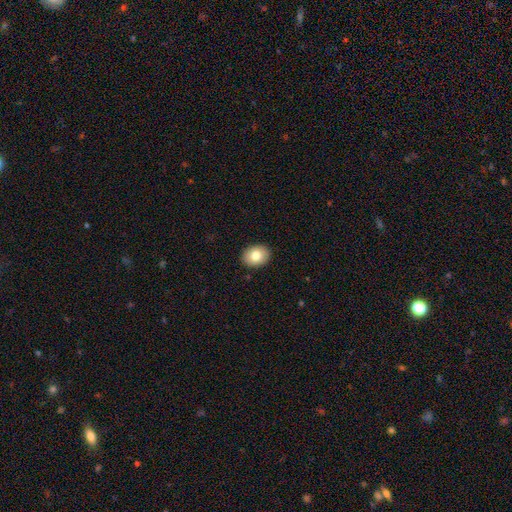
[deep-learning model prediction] This is likely a smooth galaxy (79%). How rounded: likely in between (60%). Merging: clearly none (91%).